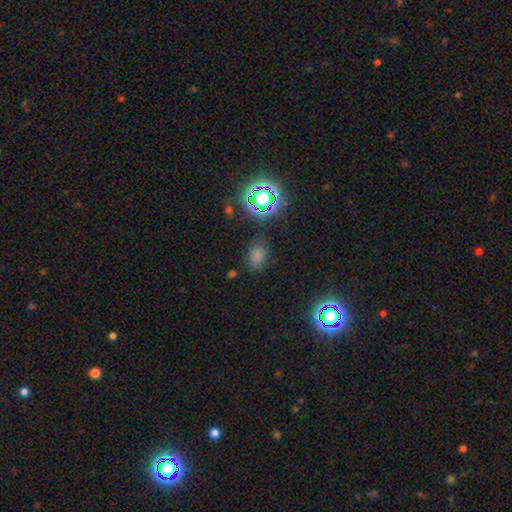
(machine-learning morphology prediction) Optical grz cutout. It shows a smooth galaxy with no disk features (58%) that is in between round and cigar-shaped (65%). Merging: none (82%).